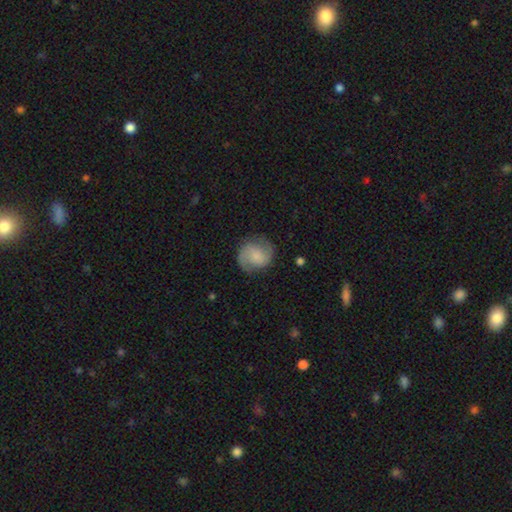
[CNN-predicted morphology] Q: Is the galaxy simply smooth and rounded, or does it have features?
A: featured or disk — 65%.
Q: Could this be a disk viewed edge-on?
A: no — 98%.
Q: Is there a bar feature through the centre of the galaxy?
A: no — 59%.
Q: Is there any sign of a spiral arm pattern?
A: yes — 94%.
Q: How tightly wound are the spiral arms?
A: medium — 49%.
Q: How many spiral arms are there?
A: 2 — 89%.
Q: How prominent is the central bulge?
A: small — 46%.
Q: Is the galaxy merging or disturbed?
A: none — 79%.